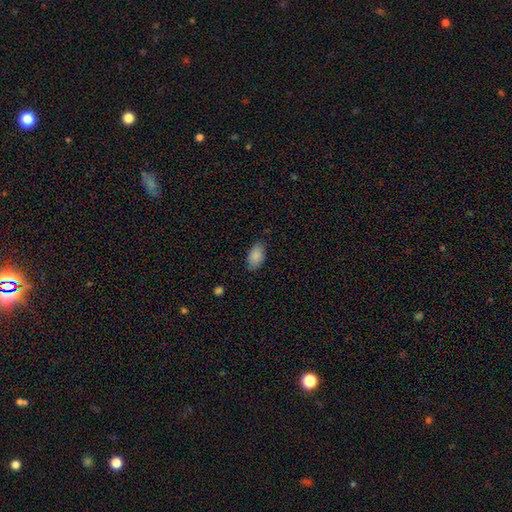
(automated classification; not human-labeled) This appears to be a smooth galaxy with no disk features (88%) that is in between round and cigar-shaped (93%). Merging: none (79%).